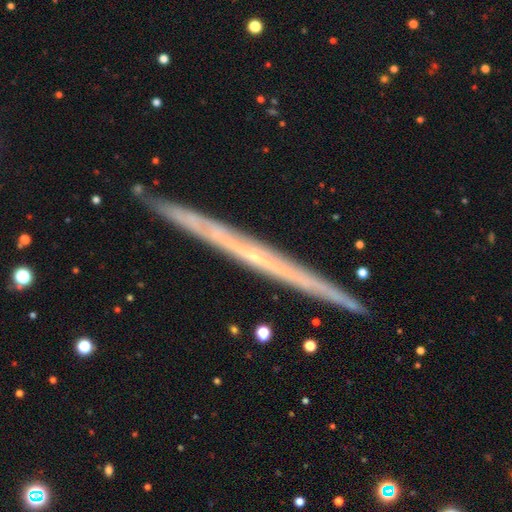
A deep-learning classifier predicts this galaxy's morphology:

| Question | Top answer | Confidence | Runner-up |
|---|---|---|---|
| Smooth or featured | featured or disk | 71% | smooth (22%) |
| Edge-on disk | yes | 97% | no (3%) |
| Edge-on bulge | none | 85% | rounded (13%) |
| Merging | none | 90% | minor disturbance (8%) |